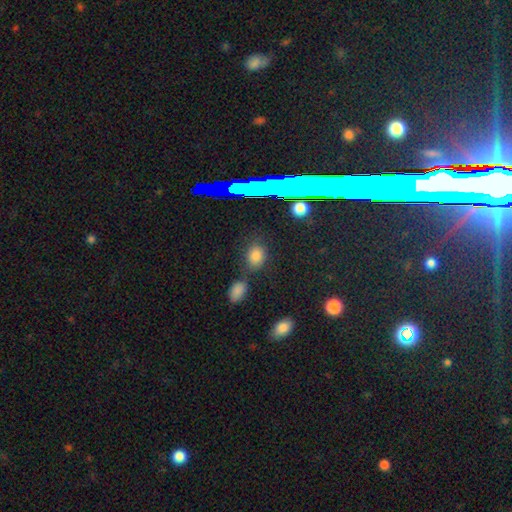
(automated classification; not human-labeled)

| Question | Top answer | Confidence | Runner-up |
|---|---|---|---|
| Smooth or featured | smooth | 77% | star or artifact (16%) |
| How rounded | in between | 62% | round (35%) |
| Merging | none | 76% | minor disturbance (12%) |